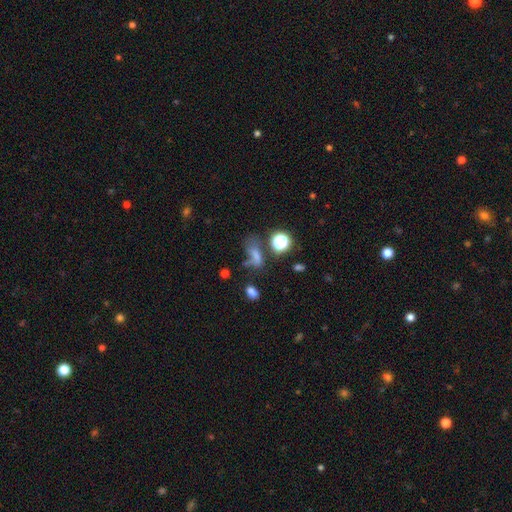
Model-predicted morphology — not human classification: Smooth or featured? Predicted: smooth (p=0.57). How rounded? Predicted: in between (p=0.69). Merging? Predicted: none (p=0.34).